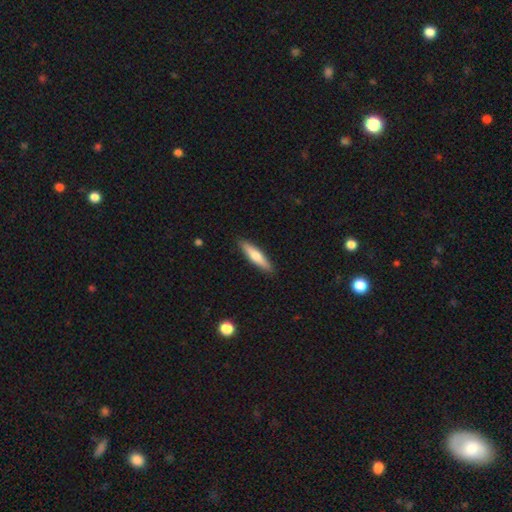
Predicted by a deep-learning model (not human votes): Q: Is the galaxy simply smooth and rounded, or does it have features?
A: smooth — 61%.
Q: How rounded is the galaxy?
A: cigar-shaped — 80%.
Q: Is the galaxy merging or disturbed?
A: none — 90%.